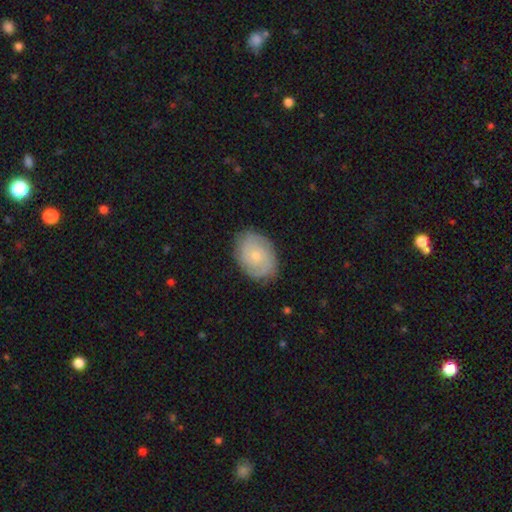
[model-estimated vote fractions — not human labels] A featured or disk galaxy (63%) with no bar (80%), 2 (40%) tight (69%) spiral arms (86%) and a small central bulge (67%).

Vote fractions:
- Smooth or featured? featured or disk: 63% / smooth: 30% / star or artifact: 6%
- Edge-on disk? no: 96% / yes: 4%
- Bar? no: 80% / weak: 17% / strong: 2%
- Spiral arms? yes: 86% / no: 14%
- Spiral winding? tight: 69% / medium: 24% / loose: 7%
- Spiral arm count? 2: 40% / can't tell: 35% / 3: 13% / 1: 5% / 4: 4% / more than 4: 3%
- Bulge size? small: 67% / moderate: 29% / none: 2% / large: 1% / dominant: 1%
- Merging? none: 81% / minor disturbance: 14% / major disturbance: 3% / merger: 1%